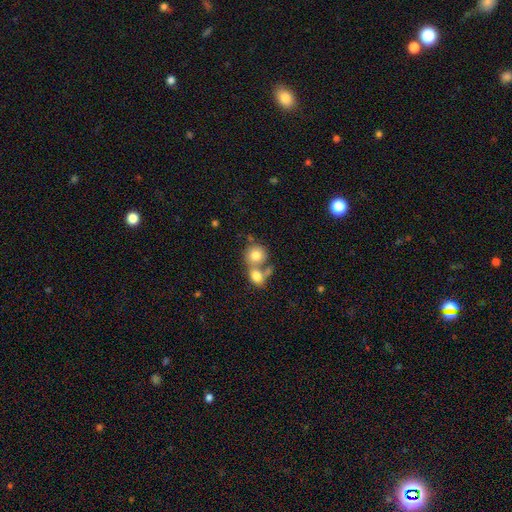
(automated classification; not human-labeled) A smooth galaxy with no disk features (77%) that is round (77%). Merging: merger (55%).